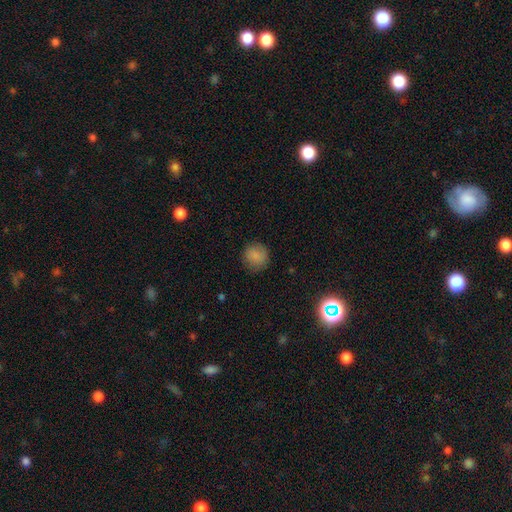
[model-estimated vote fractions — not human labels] Morphology: type=smooth (85%); roundness=round (91%); merging=none (84%).